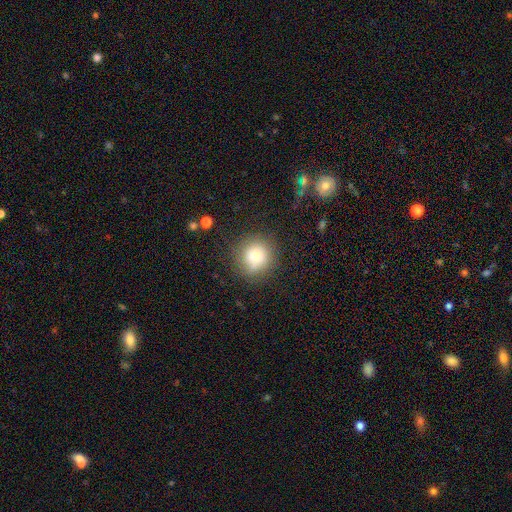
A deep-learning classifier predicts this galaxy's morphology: Smooth or featured?
  - smooth: 73% *
  - featured or disk: 13%
  - star or artifact: 13%
How rounded?
  - round: 92% *
  - in between: 7%
  - cigar-shaped: 1%
Merging?
  - none: 79% *
  - minor disturbance: 14%
  - major disturbance: 5%
  - merger: 3%